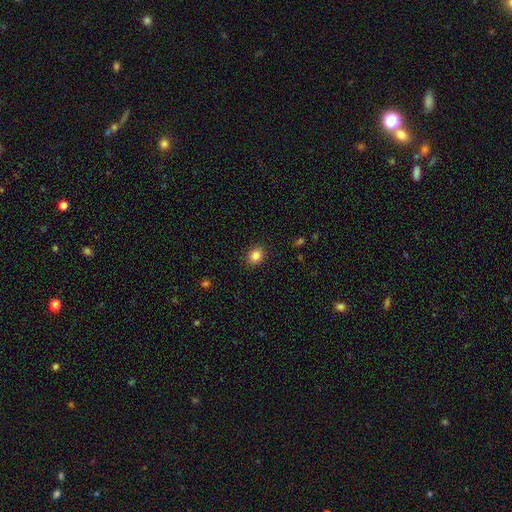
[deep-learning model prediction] This is clearly a smooth galaxy (84%). How rounded: possibly round (56%). Merging: clearly none (89%).